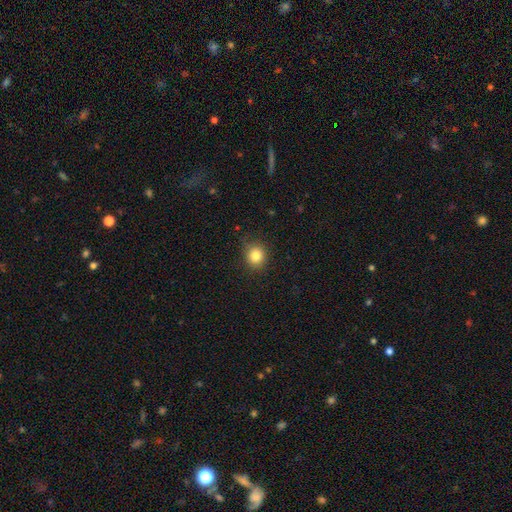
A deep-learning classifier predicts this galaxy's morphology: Smooth or featured?
  - smooth: 83% *
  - star or artifact: 11%
  - featured or disk: 6%
How rounded?
  - round: 83% *
  - in between: 16%
  - cigar-shaped: 1%
Merging?
  - none: 83% *
  - minor disturbance: 13%
  - major disturbance: 3%
  - merger: 1%